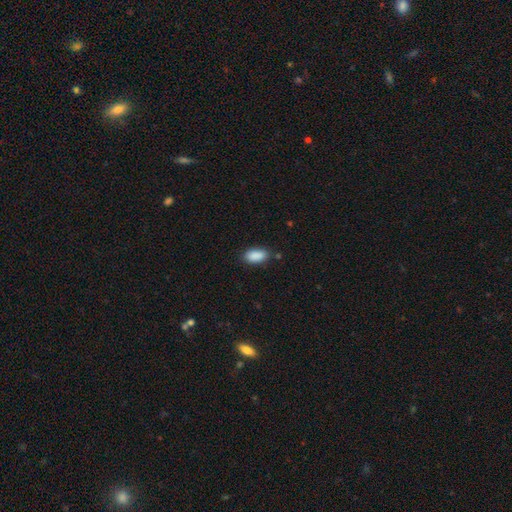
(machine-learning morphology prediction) Q: Smooth or featured?
A: smooth (89%); runner-up: star or artifact (7%)
Q: How rounded?
A: in between (91%); runner-up: cigar-shaped (5%)
Q: Merging?
A: none (80%); runner-up: minor disturbance (15%)